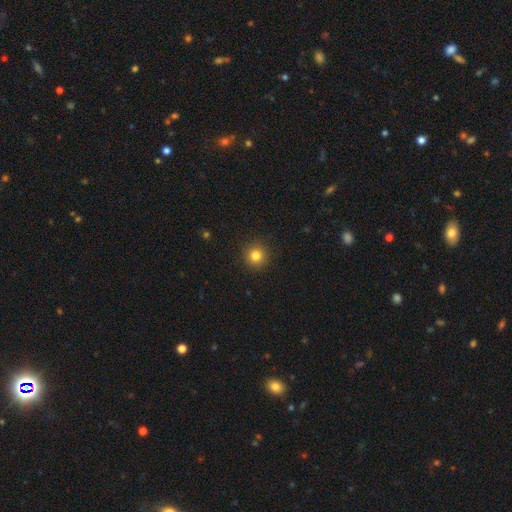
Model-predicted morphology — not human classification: Smooth or featured?
  - smooth: 82% *
  - star or artifact: 12%
  - featured or disk: 6%
How rounded?
  - round: 95% *
  - in between: 4%
  - cigar-shaped: 1%
Merging?
  - none: 92% *
  - minor disturbance: 5%
  - major disturbance: 2%
  - merger: 1%